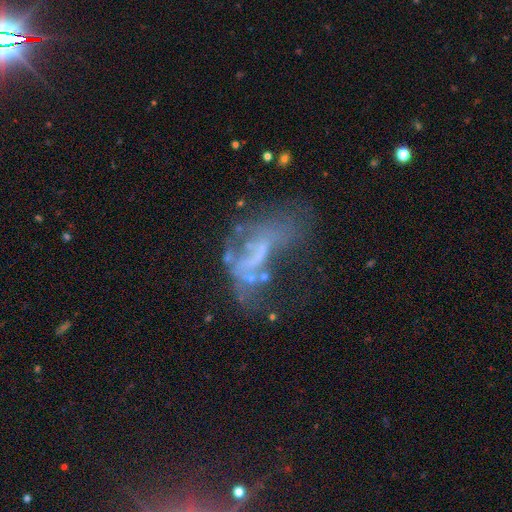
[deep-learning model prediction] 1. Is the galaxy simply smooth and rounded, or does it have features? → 58% featured or disk, 21% smooth, 21% star or artifact.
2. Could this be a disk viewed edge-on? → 94% no, 6% yes.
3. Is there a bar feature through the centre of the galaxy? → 75% no, 16% weak, 10% strong.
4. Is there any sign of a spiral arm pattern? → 86% no, 14% yes.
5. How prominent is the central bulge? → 68% none, 18% small, 10% moderate, 2% large, 1% dominant.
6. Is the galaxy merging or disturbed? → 47% major disturbance, 22% none, 16% merger, 14% minor disturbance.